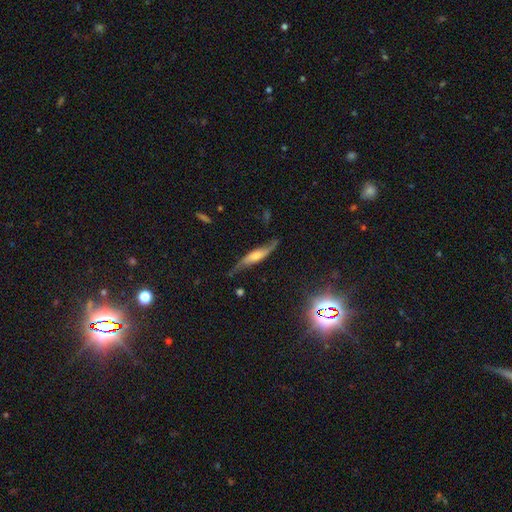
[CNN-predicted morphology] This is likely a featured or disk galaxy (71%). It is possibly not viewed edge-on (54%). Merging: likely none (67%).